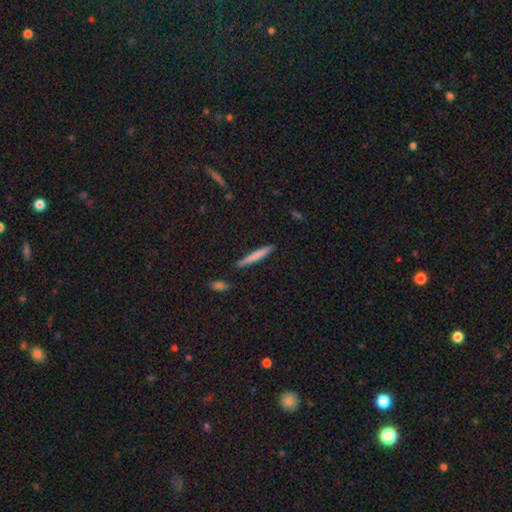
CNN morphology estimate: A smooth galaxy with no disk features (73%) that is cigar-shaped (96%). Merging: none (89%).